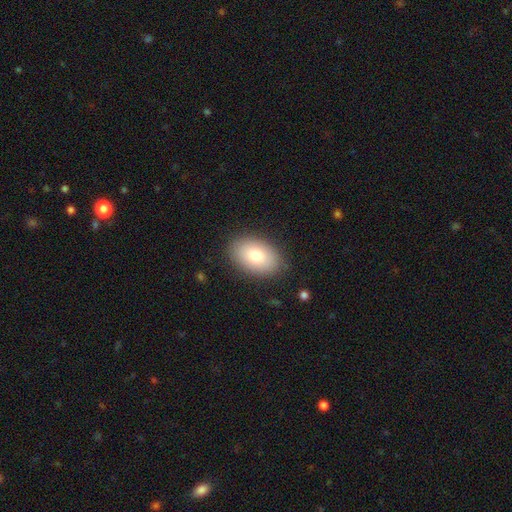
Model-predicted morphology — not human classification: The model was most divided on "smooth or featured": smooth: 80%, featured or disk: 13%, star or artifact: 7%. More confident: how rounded — in between (90%); merging — none (86%).